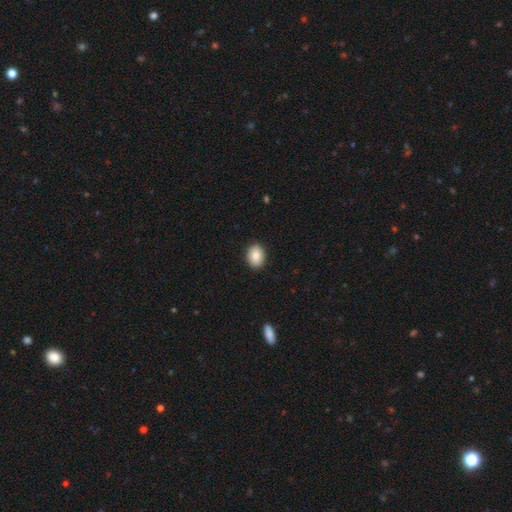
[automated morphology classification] smooth_or_featured: smooth (p=0.83) [alt: featured or disk p=0.09]
how_rounded: in between (p=0.57) [alt: round p=0.42]
merging: none (p=0.90) [alt: minor disturbance p=0.07]